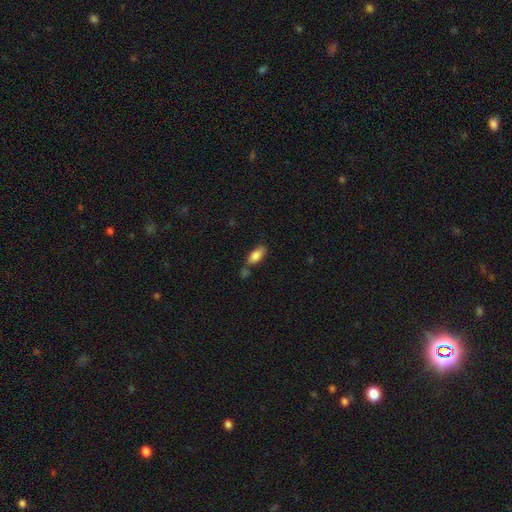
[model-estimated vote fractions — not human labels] This is clearly a smooth galaxy (82%). How rounded: clearly in between (83%). Merging: possibly none (58%).